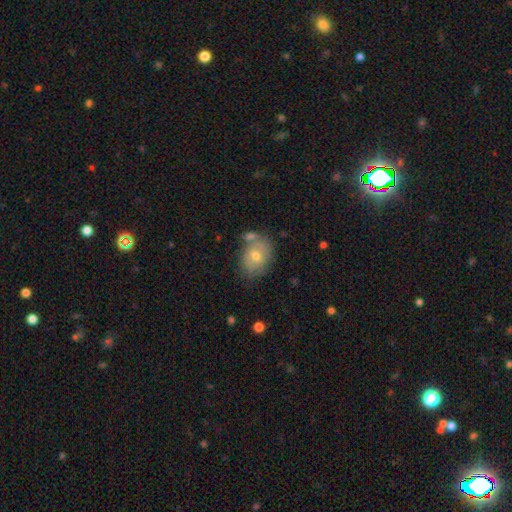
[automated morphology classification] Smooth or featured? smooth (64%)
How rounded? in between (62%)
Merging? none (63%)